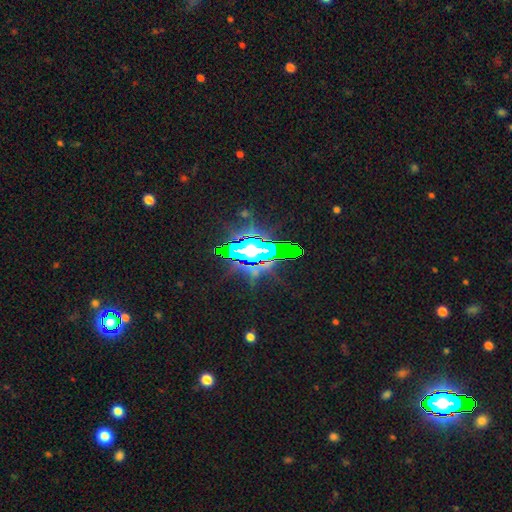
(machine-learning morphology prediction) smooth-or-featured: star or artifact: 73% | featured or disk: 15% | smooth: 12%